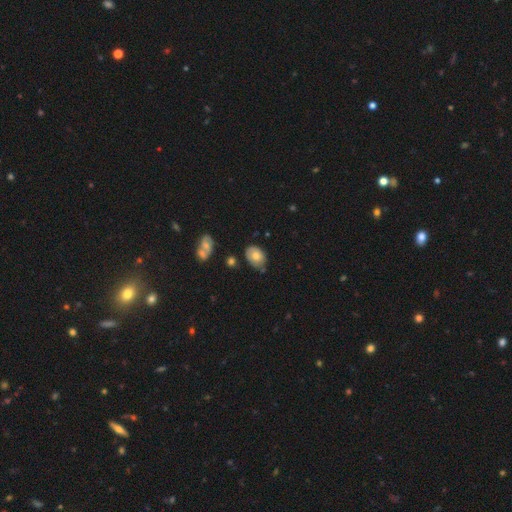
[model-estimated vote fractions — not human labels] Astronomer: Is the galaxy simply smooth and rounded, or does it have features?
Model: smooth — 72%.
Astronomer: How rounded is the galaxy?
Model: in between — 73%.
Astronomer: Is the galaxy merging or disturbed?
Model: none — 60%.